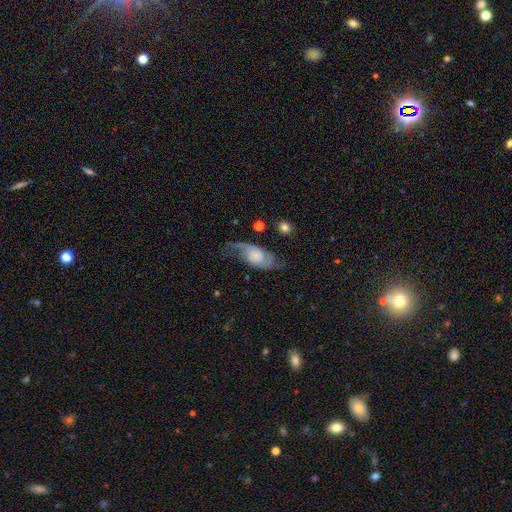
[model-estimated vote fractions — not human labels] This appears to be a featured or disk galaxy (73%) with no bar (64%), 2 (84%) loose (54%) spiral arms (94%) and a small central bulge (34%). Merging: none (53%).